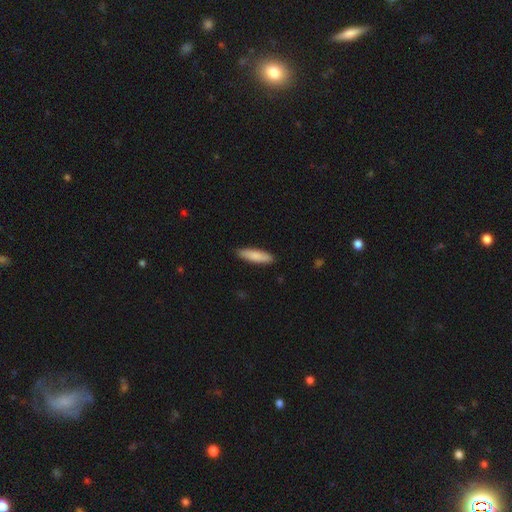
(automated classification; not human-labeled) Morphology: type=smooth (84%); roundness=cigar-shaped (69%); merging=none (88%).